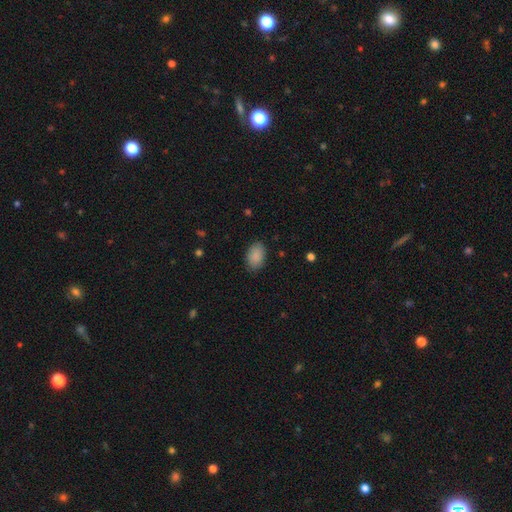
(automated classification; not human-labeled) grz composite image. It shows a smooth galaxy with no disk features (89%) that is in between round and cigar-shaped (86%). Merging: none (83%).